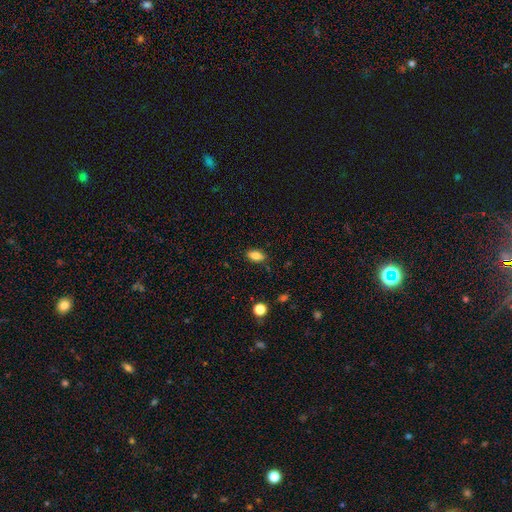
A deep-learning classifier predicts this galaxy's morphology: Q: Smooth or featured?
A: smooth (83%); runner-up: star or artifact (9%)
Q: How rounded?
A: in between (88%); runner-up: round (6%)
Q: Merging?
A: none (85%); runner-up: minor disturbance (11%)